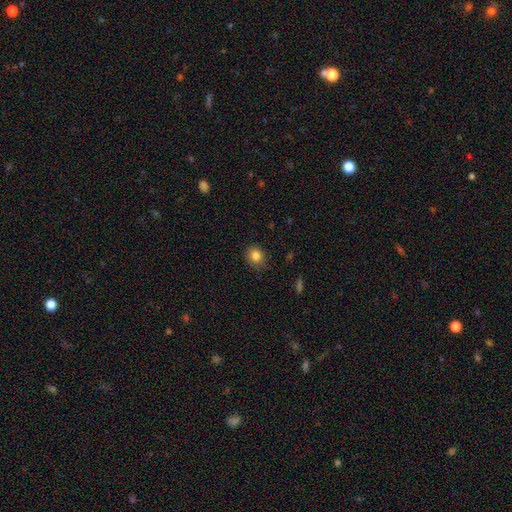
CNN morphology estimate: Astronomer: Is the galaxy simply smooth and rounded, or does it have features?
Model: smooth — 83%.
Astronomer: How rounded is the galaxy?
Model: round — 66%.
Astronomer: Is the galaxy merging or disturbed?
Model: none — 81%.